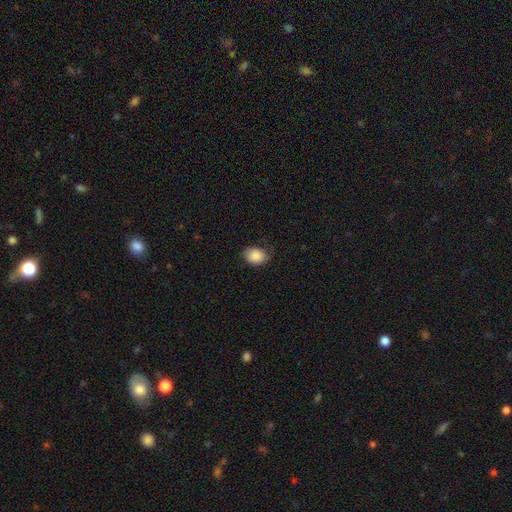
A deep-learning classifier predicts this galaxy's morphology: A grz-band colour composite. It shows a smooth galaxy with no disk features (88%) that is in between round and cigar-shaped (68%). Merging: none (75%).